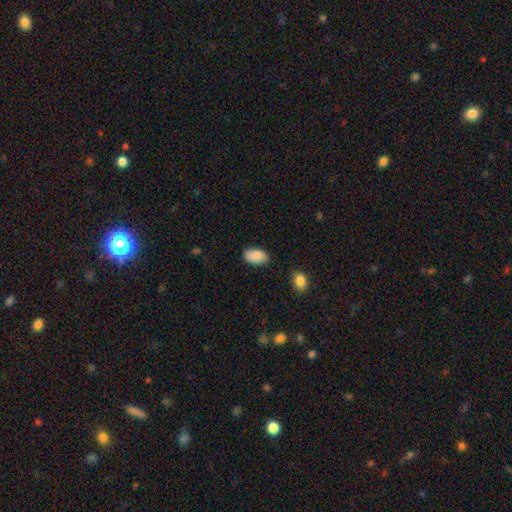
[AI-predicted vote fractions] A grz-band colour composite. It shows a smooth galaxy with no disk features (89%) that is in between round and cigar-shaped (93%). Merging: none (81%).